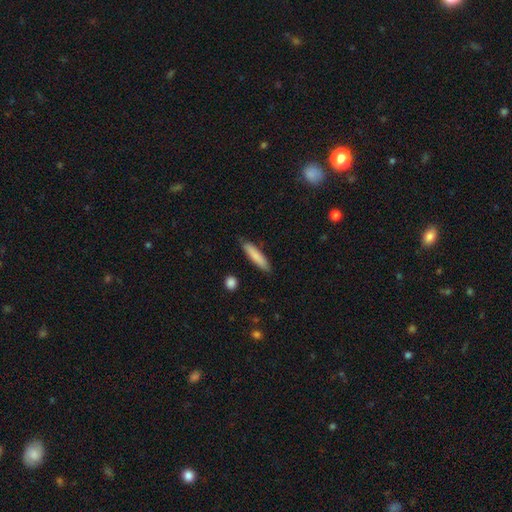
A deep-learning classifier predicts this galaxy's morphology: A smooth galaxy with no disk features (82%) that is cigar-shaped (84%).

Vote fractions:
- Smooth or featured? smooth: 82% / featured or disk: 12% / star or artifact: 6%
- How rounded? cigar-shaped: 84% / in between: 15% / round: 1%
- Merging? none: 87% / minor disturbance: 10% / major disturbance: 2% / merger: 2%